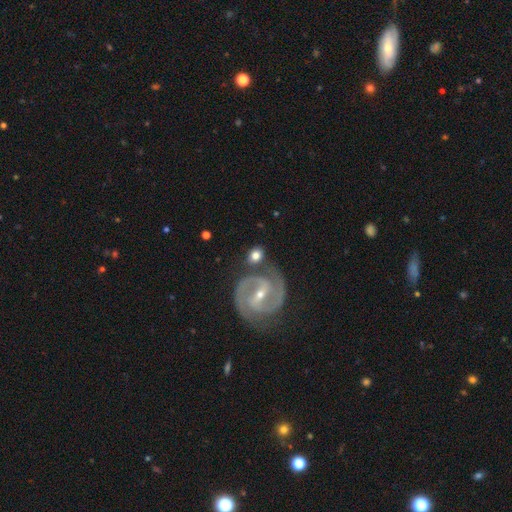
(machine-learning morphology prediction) The model was most divided on "smooth or featured": featured or disk: 48%, smooth: 46%, star or artifact: 7%. More confident: merging — none (73%).